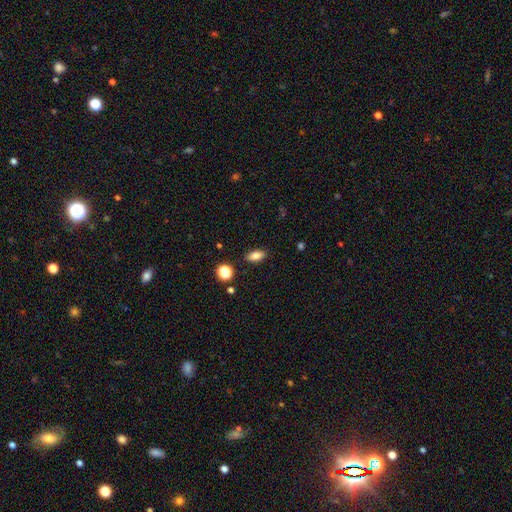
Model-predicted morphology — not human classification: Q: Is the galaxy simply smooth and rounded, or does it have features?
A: smooth — 82%.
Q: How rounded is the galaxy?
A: in between — 84%.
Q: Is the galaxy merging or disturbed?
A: none — 87%.